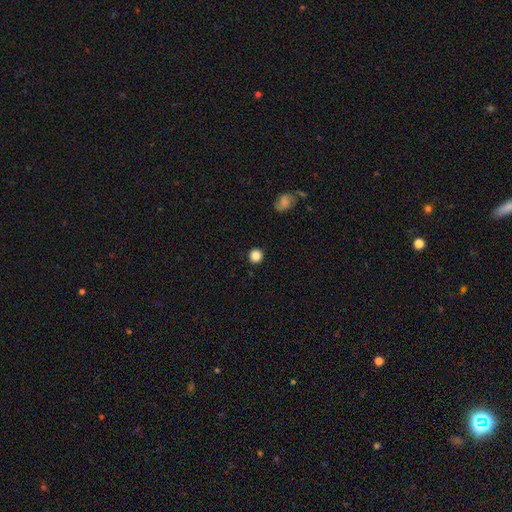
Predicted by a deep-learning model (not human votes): Overall: smooth (85%). How rounded: round (95%). Merging: none (92%).